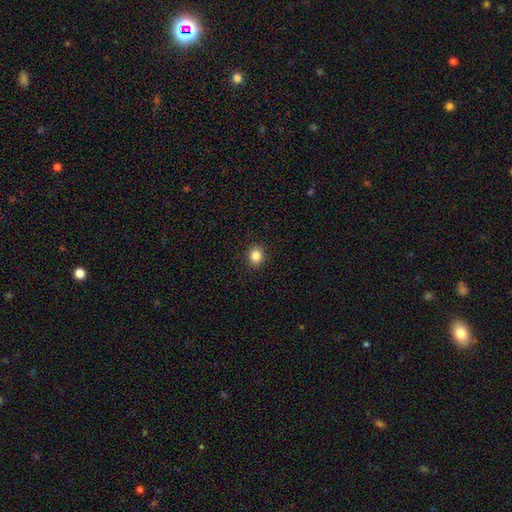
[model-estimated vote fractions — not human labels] A smooth galaxy with no disk features (85%) that is round (71%).

Vote fractions:
- Smooth or featured? smooth: 85% / star or artifact: 11% / featured or disk: 4%
- How rounded? round: 71% / in between: 28% / cigar-shaped: 1%
- Merging? none: 91% / minor disturbance: 6% / major disturbance: 2% / merger: 1%